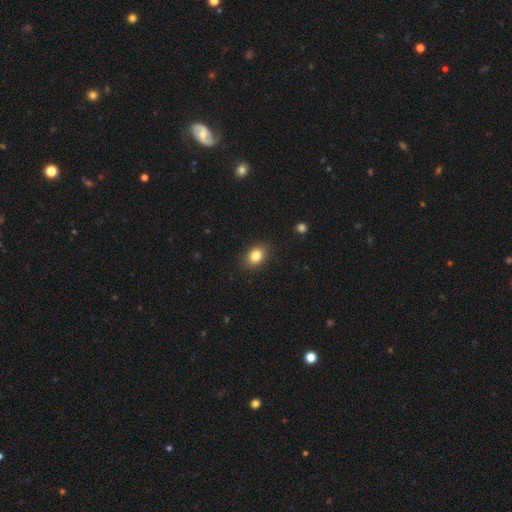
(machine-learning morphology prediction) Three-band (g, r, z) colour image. It shows a smooth galaxy with no disk features (82%) that is in between round and cigar-shaped (64%). Merging: none (88%).